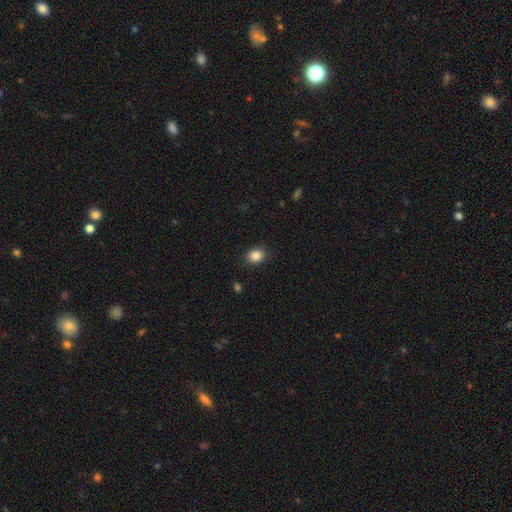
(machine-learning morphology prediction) smooth_or_featured: smooth (p=0.86) [alt: star or artifact p=0.09]
how_rounded: in between (p=0.58) [alt: round p=0.41]
merging: none (p=0.89) [alt: minor disturbance p=0.08]